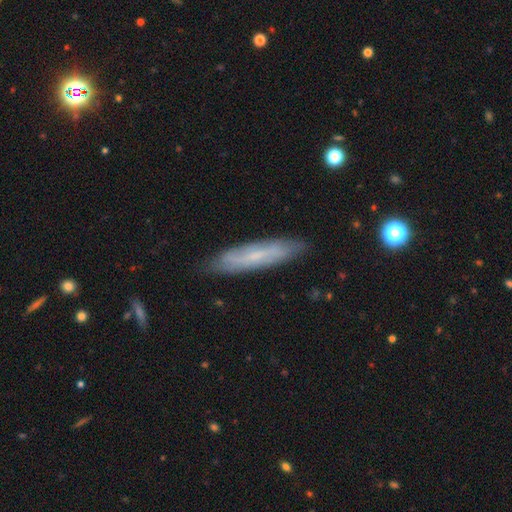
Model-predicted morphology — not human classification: smooth_or_featured: smooth (p=0.48) [alt: featured or disk p=0.44]
merging: none (p=0.84) [alt: minor disturbance p=0.12]